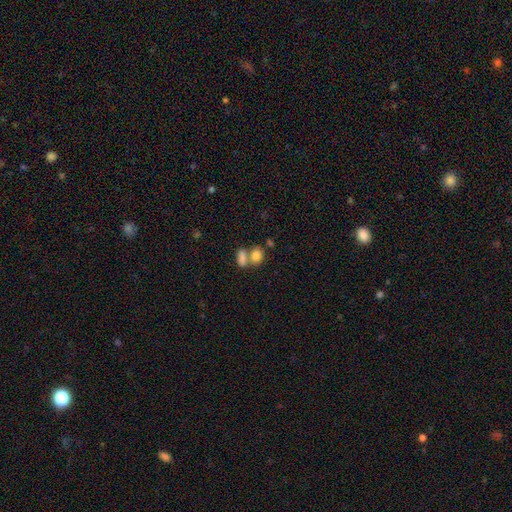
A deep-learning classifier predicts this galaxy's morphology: smooth_or_featured: smooth (p=0.82) [alt: star or artifact p=0.09]
how_rounded: in between (p=0.68) [alt: round p=0.30]
merging: merger (p=0.48) [alt: none p=0.38]